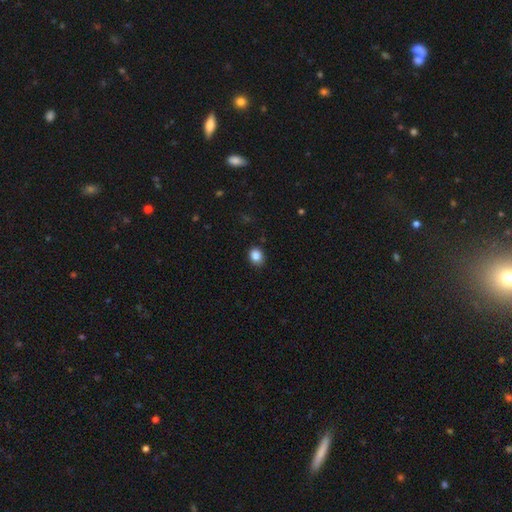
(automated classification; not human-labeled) A smooth galaxy with no disk features (85%) that is round (56%).

Vote fractions:
- Smooth or featured? smooth: 85% / star or artifact: 10% / featured or disk: 5%
- How rounded? round: 56% / in between: 43% / cigar-shaped: 1%
- Merging? none: 88% / minor disturbance: 9% / major disturbance: 2% / merger: 1%